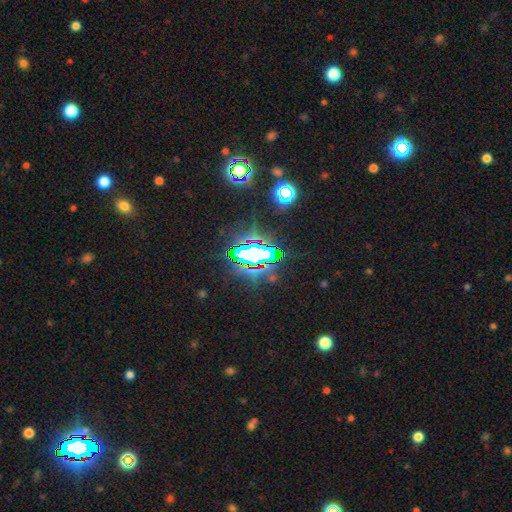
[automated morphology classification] Smooth or featured? star or artifact (74%)